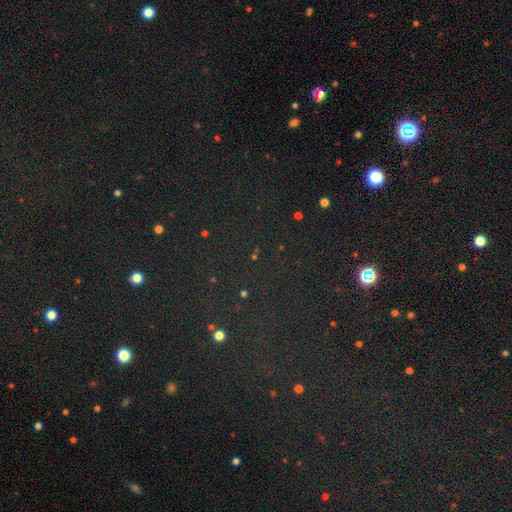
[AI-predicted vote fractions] Overall: star or artifact (80%).